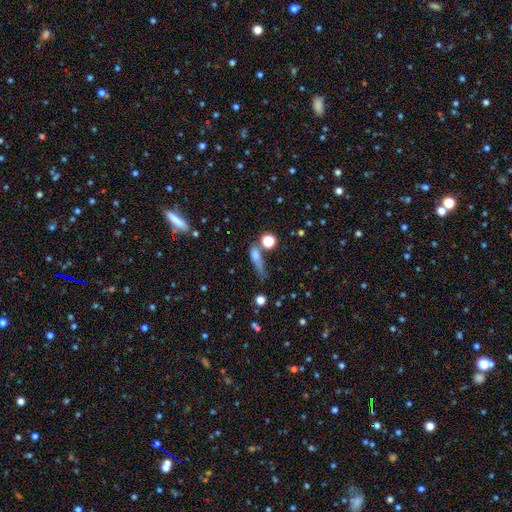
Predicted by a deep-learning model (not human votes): A smooth galaxy with no disk features (66%) that is cigar-shaped (41%). Merging: none (35%).